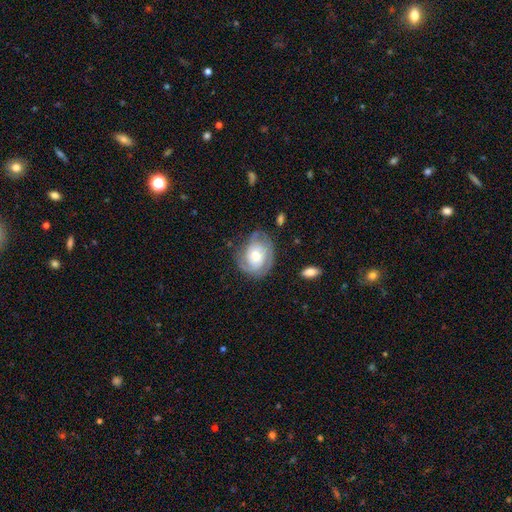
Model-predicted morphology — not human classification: Smooth or featured?
  - featured or disk: 78% *
  - smooth: 16%
  - star or artifact: 6%
Edge-on disk?
  - no: 97% *
  - yes: 3%
Bar?
  - no: 72% *
  - weak: 23%
  - strong: 5%
Spiral arms?
  - yes: 91% *
  - no: 9%
Spiral winding?
  - tight: 63% *
  - medium: 29%
  - loose: 8%
Spiral arm count?
  - 2: 42% *
  - can't tell: 26%
  - 3: 18%
  - 1: 6%
  - 4: 4%
  - more than 4: 3%
Bulge size?
  - moderate: 69% *
  - small: 21%
  - large: 9%
  - dominant: 1%
  - none: 1%
Merging?
  - none: 69% *
  - minor disturbance: 21%
  - major disturbance: 9%
  - merger: 2%